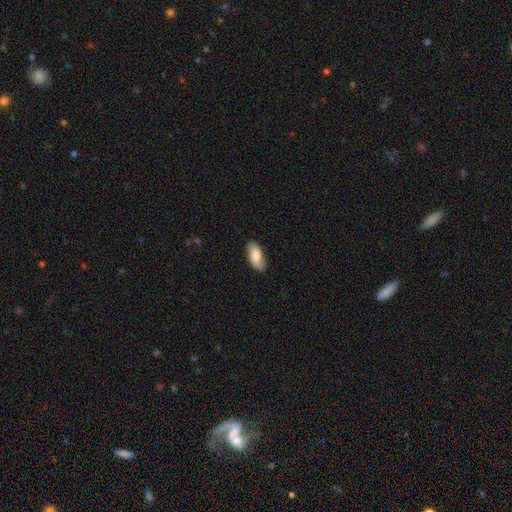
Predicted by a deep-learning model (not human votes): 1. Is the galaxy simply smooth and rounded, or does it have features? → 61% smooth, 32% featured or disk, 7% star or artifact.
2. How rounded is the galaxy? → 88% in between, 9% cigar-shaped, 3% round.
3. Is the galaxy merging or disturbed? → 75% none, 19% minor disturbance, 5% major disturbance, 1% merger.